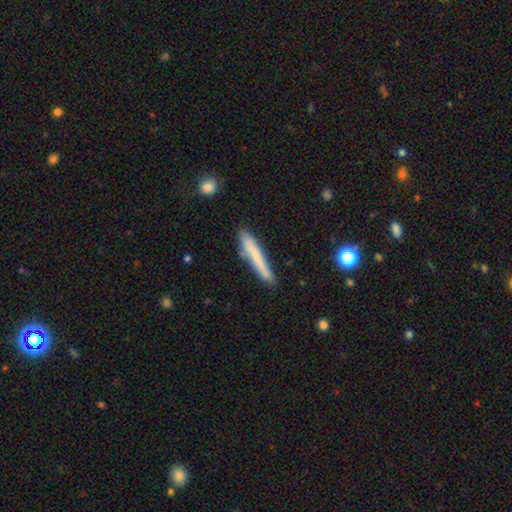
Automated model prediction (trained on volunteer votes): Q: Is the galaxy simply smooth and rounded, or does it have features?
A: smooth — 63%.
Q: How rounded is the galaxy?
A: cigar-shaped — 94%.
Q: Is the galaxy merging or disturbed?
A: none — 76%.